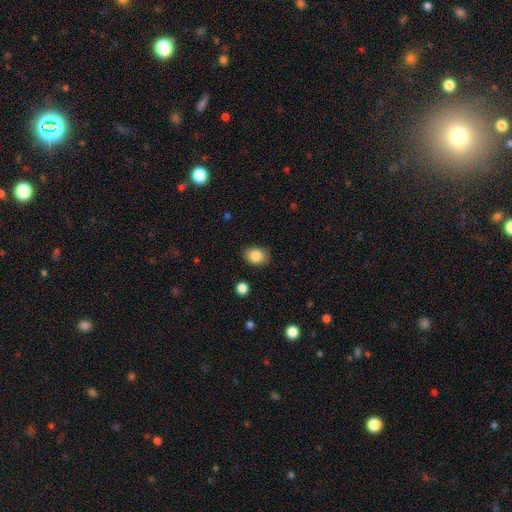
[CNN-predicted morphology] Q: Smooth or featured?
A: smooth (85%); runner-up: star or artifact (9%)
Q: How rounded?
A: in between (64%); runner-up: round (35%)
Q: Merging?
A: none (86%); runner-up: minor disturbance (10%)